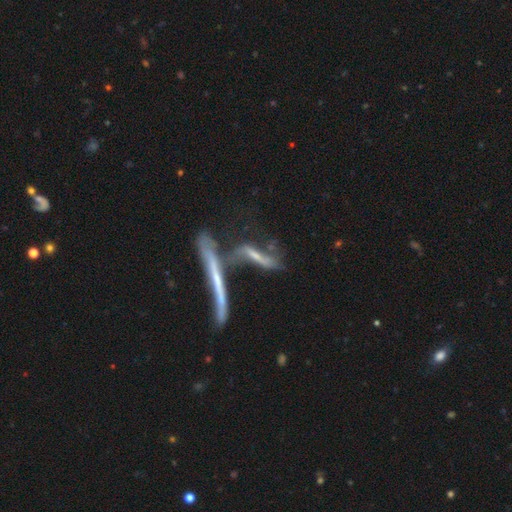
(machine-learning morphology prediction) This appears to be a featured or disk galaxy (66%) viewed edge-on (54%). Merging: merger (47%).